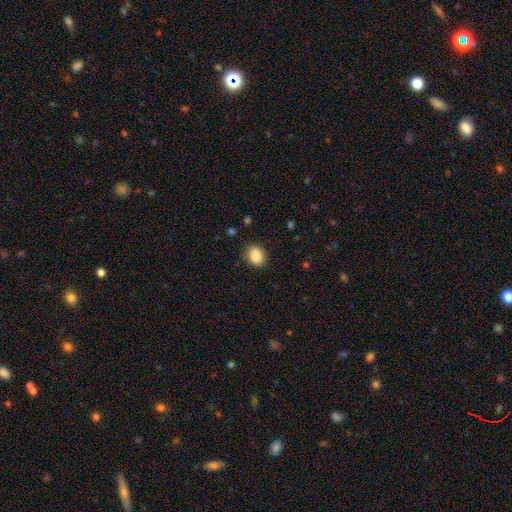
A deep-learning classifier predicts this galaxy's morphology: Overall: smooth (87%). How rounded: in between (52%; round 47%). Merging: none (82%).